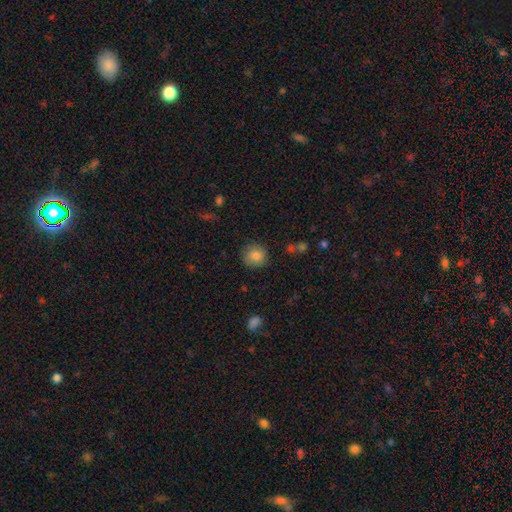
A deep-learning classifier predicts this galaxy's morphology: This appears to be a smooth galaxy with no disk features (83%) that is round (89%). Merging: none (85%).